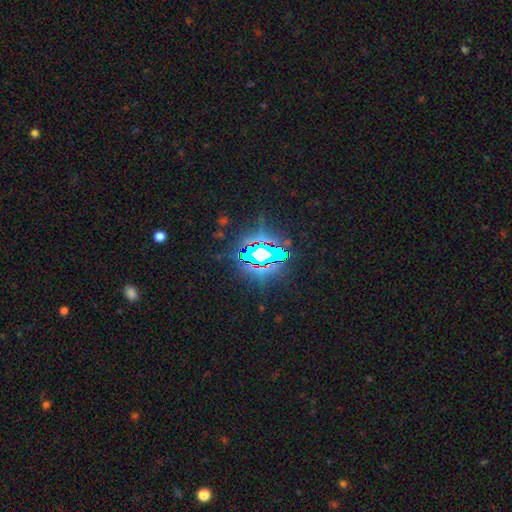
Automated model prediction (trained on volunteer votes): Smooth or featured? Predicted: star or artifact (p=0.78).